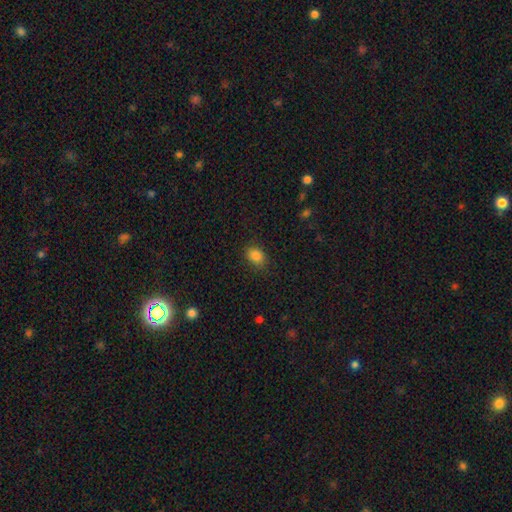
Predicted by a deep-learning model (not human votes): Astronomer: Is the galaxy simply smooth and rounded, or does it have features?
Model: smooth — 84%.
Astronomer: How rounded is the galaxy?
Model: in between — 70%.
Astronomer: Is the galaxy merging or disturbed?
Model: none — 84%.